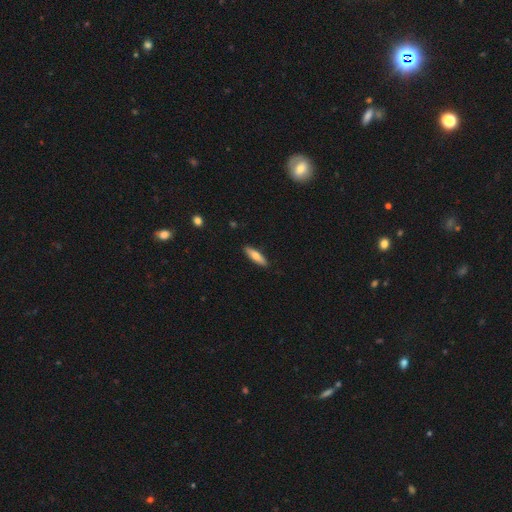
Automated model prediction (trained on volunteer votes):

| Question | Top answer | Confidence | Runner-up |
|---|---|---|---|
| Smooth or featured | smooth | 70% | featured or disk (24%) |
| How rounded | cigar-shaped | 67% | in between (31%) |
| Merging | none | 89% | minor disturbance (8%) |